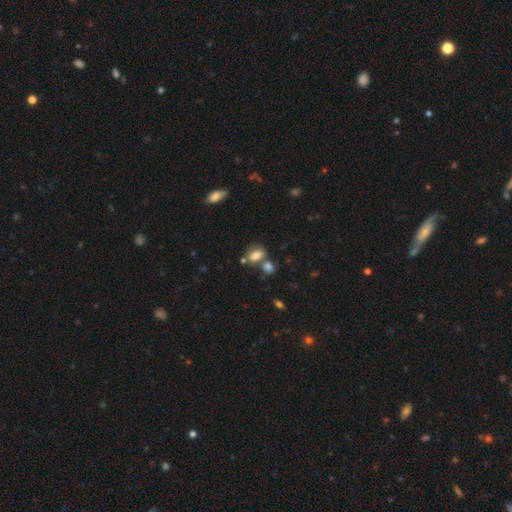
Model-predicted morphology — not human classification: A smooth galaxy with no disk features (78%) that is in between round and cigar-shaped (78%). Merging: none (47%).